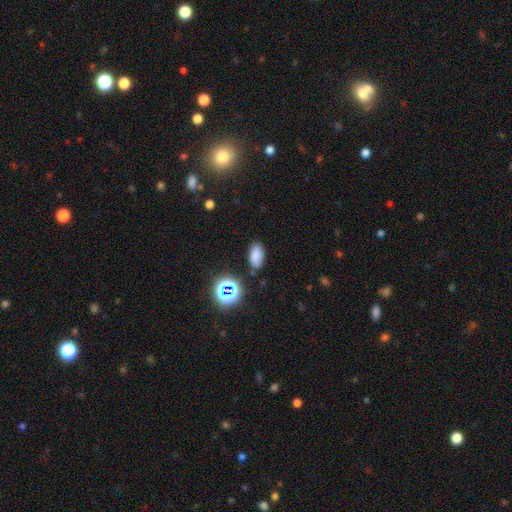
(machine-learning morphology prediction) Q: Smooth or featured?
A: smooth (75%); runner-up: star or artifact (18%)
Q: How rounded?
A: in between (89%); runner-up: round (7%)
Q: Merging?
A: none (79%); runner-up: minor disturbance (14%)